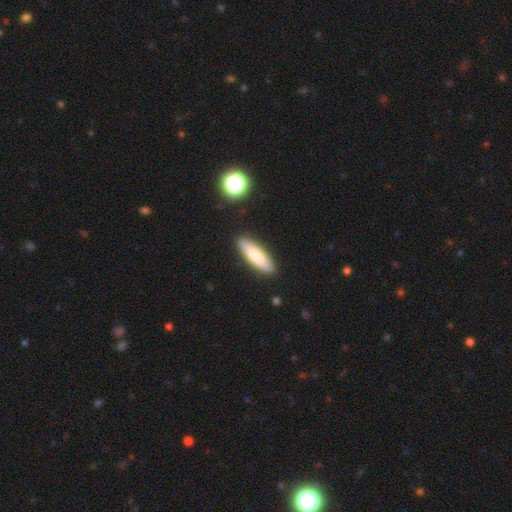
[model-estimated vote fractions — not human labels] Morphology: type=smooth (79%); roundness=cigar-shaped (55%); merging=none (88%).